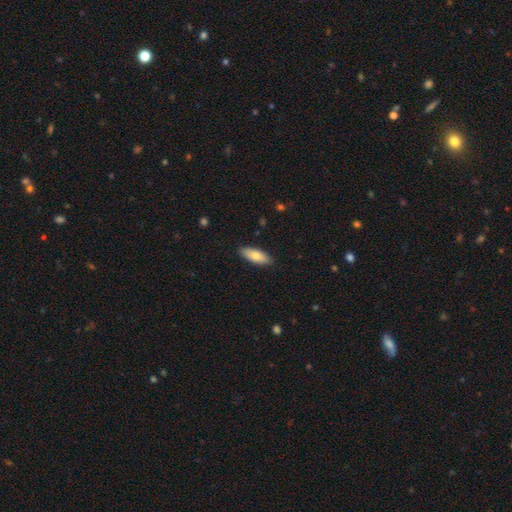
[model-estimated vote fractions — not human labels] Smooth or featured? smooth (77%)
How rounded? in between (73%)
Merging? none (89%)